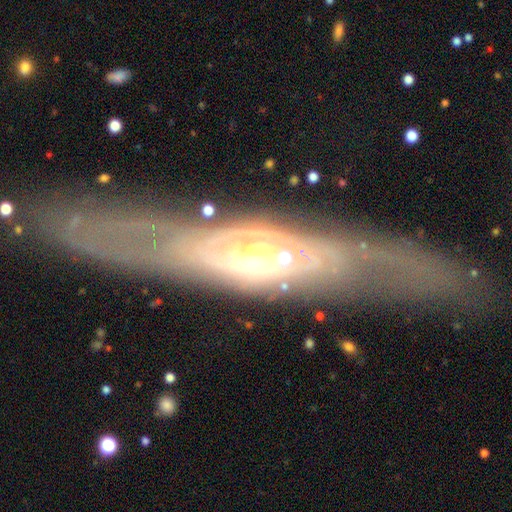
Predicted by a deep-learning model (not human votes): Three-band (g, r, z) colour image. It shows a featured or disk galaxy (81%) with no bar (78%), spiral arms (63%) and a moderate central bulge (60%). Merging: none (63%).